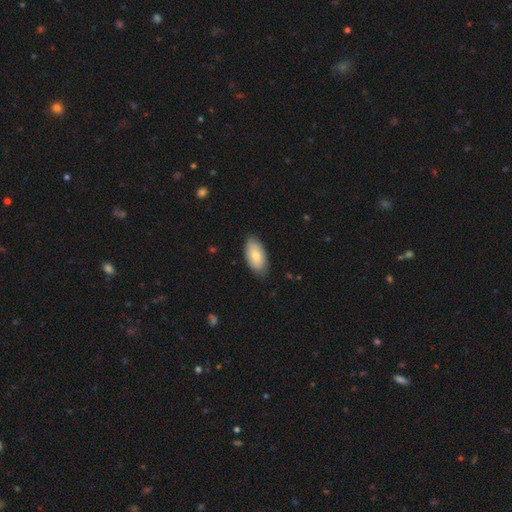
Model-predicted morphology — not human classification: A smooth galaxy with no disk features (75%) that is in between round and cigar-shaped (94%).

Vote fractions:
- Smooth or featured? smooth: 75% / featured or disk: 19% / star or artifact: 6%
- How rounded? in between: 94% / cigar-shaped: 3% / round: 3%
- Merging? none: 82% / minor disturbance: 14% / major disturbance: 2% / merger: 1%